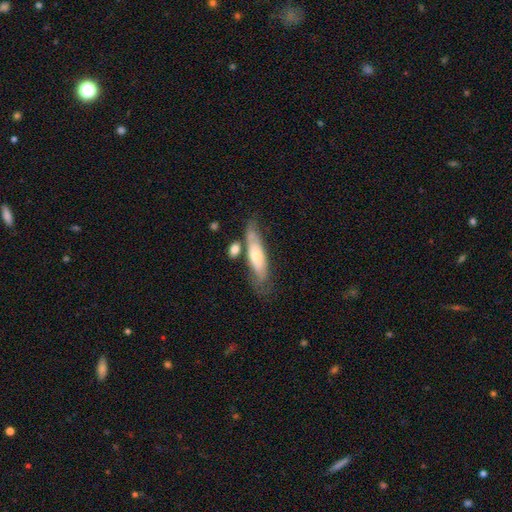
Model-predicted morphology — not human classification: This is possibly a smooth galaxy (48%). Merging: possibly none (57%).